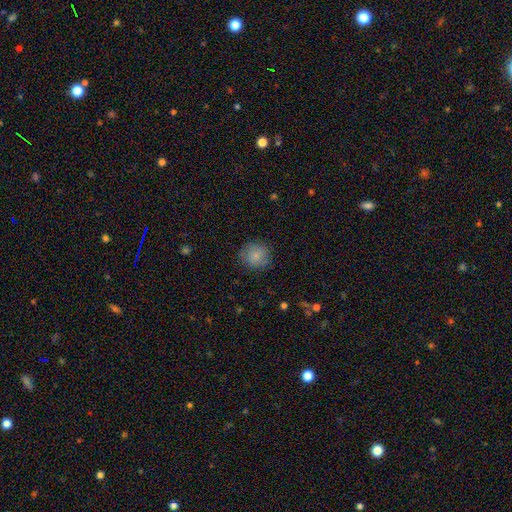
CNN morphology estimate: This appears to be a smooth galaxy with no disk features (84%) that is round (89%). Merging: none (85%).